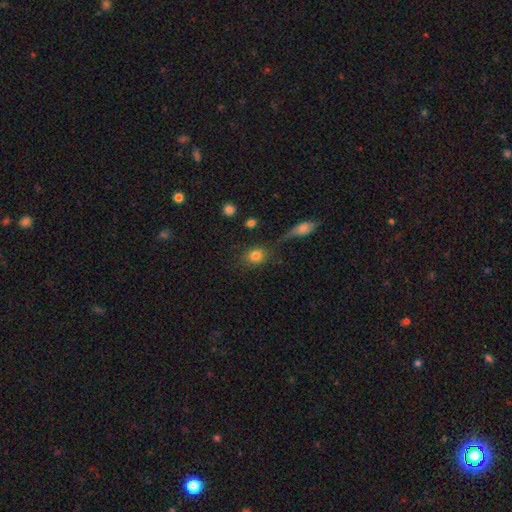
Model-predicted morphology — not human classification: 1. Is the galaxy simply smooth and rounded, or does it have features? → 81% smooth, 10% star or artifact, 9% featured or disk.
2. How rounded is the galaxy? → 65% round, 32% in between, 2% cigar-shaped.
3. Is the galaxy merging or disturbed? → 68% none, 13% minor disturbance, 12% merger, 7% major disturbance.